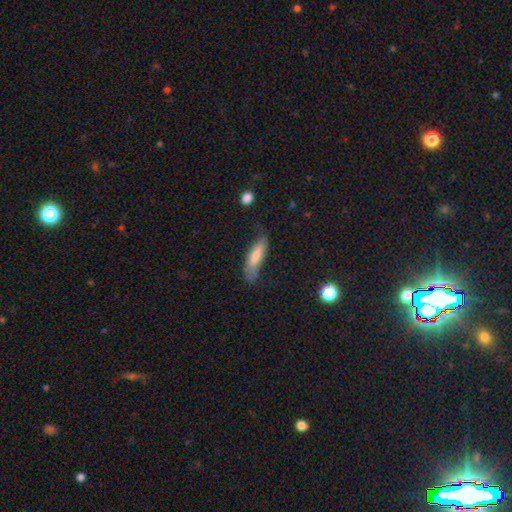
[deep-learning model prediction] smooth_or_featured: smooth (p=0.70) [alt: featured or disk p=0.23]
how_rounded: cigar-shaped (p=0.60) [alt: in between p=0.38]
merging: none (p=0.60) [alt: minor disturbance p=0.29]